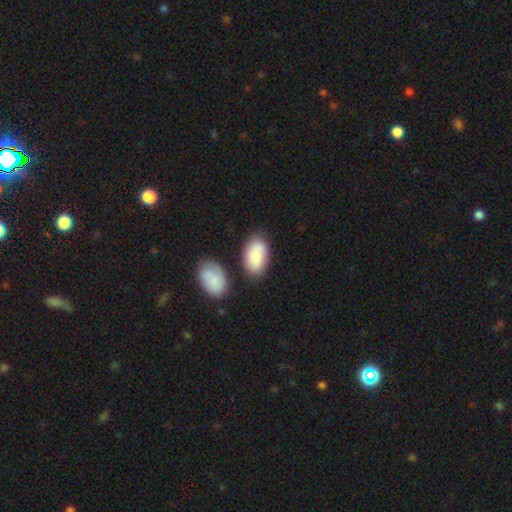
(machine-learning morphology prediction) Smooth or featured?
  - smooth: 82% *
  - featured or disk: 13%
  - star or artifact: 6%
How rounded?
  - in between: 94% *
  - round: 5%
  - cigar-shaped: 2%
Merging?
  - none: 65% *
  - minor disturbance: 18%
  - merger: 12%
  - major disturbance: 5%